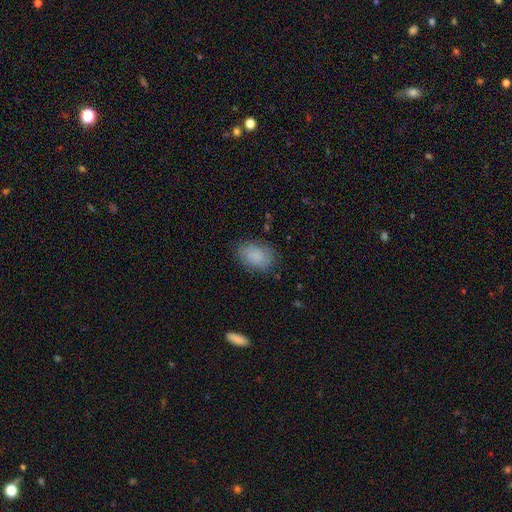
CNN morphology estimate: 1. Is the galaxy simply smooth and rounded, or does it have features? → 85% smooth, 8% featured or disk, 8% star or artifact.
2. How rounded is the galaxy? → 79% in between, 20% round, 1% cigar-shaped.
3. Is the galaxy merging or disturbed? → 79% none, 15% minor disturbance, 4% major disturbance, 1% merger.